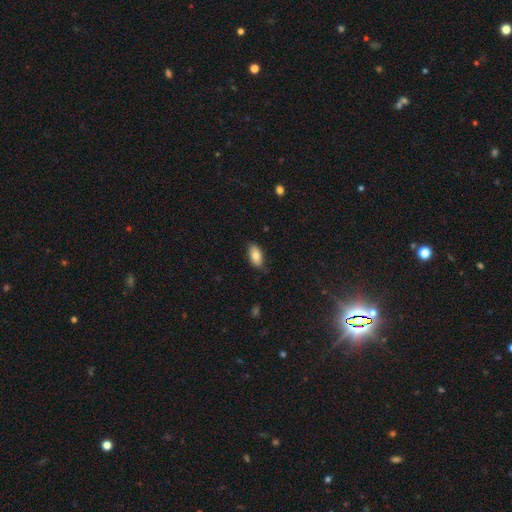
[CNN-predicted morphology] Q: Smooth or featured?
A: smooth (79%); runner-up: featured or disk (14%)
Q: How rounded?
A: in between (92%); runner-up: round (4%)
Q: Merging?
A: none (80%); runner-up: minor disturbance (17%)